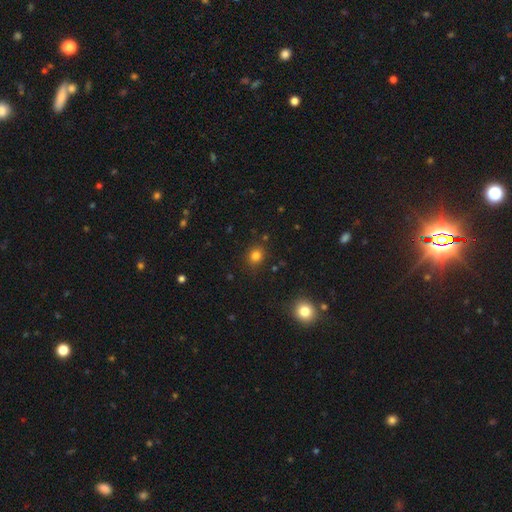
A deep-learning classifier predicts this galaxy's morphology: type=smooth (81%); roundness=round (72%); merging=none (87%).